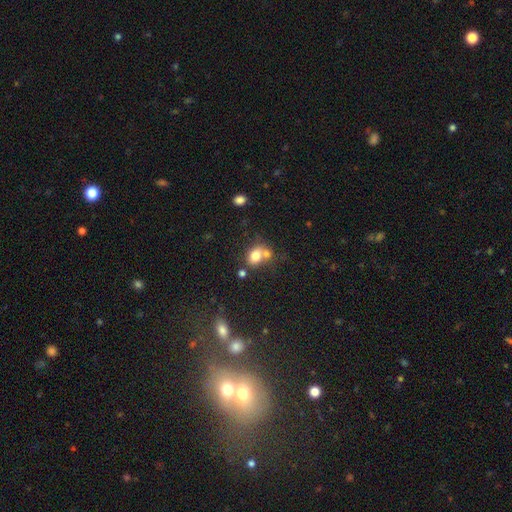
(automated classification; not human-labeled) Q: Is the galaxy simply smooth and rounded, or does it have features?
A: smooth — 75%.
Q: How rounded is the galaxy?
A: in between — 57%.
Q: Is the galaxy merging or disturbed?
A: merger — 45%.